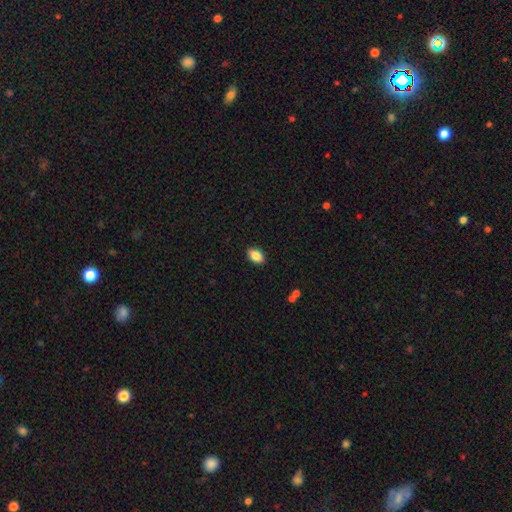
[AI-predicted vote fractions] Morphology: type=smooth (86%); roundness=in between (90%); merging=none (89%).